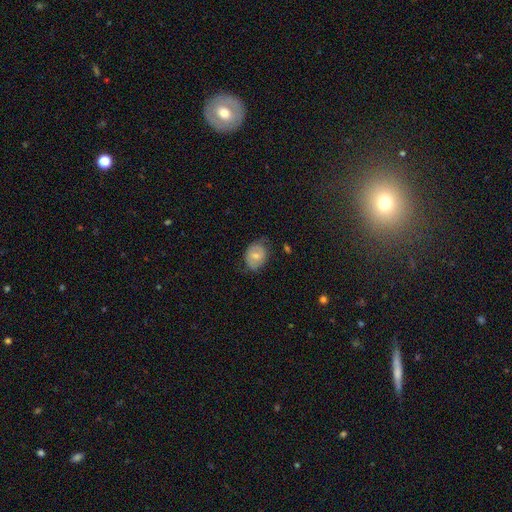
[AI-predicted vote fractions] A smooth galaxy with no disk features (62%) that is in between round and cigar-shaped (60%).

Vote fractions:
- Smooth or featured? smooth: 62% / featured or disk: 30% / star or artifact: 8%
- How rounded? in between: 60% / round: 39% / cigar-shaped: 1%
- Merging? none: 67% / minor disturbance: 25% / major disturbance: 7% / merger: 1%